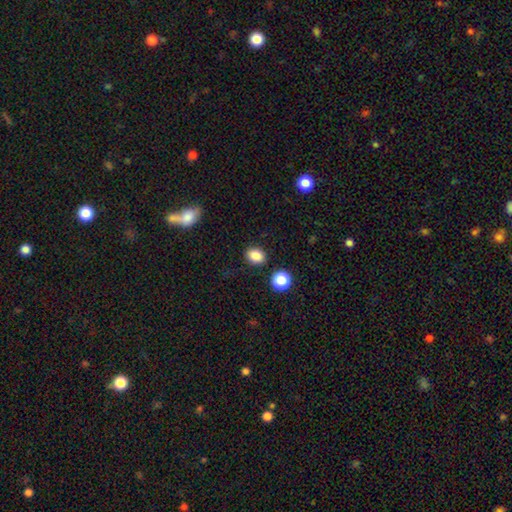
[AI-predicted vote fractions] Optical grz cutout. It shows a smooth galaxy with no disk features (85%) that is in between round and cigar-shaped (56%). Merging: none (85%).